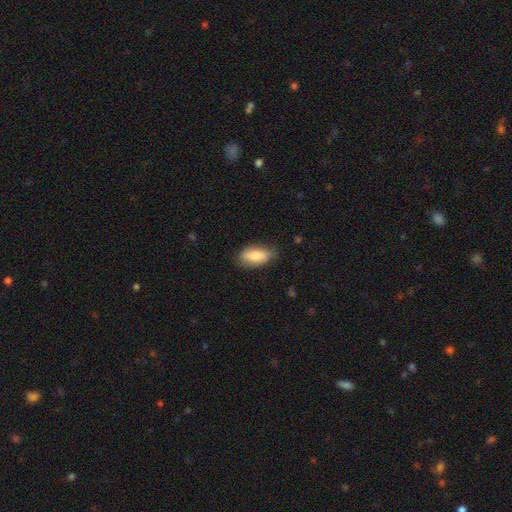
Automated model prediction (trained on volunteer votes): A smooth galaxy with no disk features (79%) that is in between round and cigar-shaped (88%). Merging: none (74%).